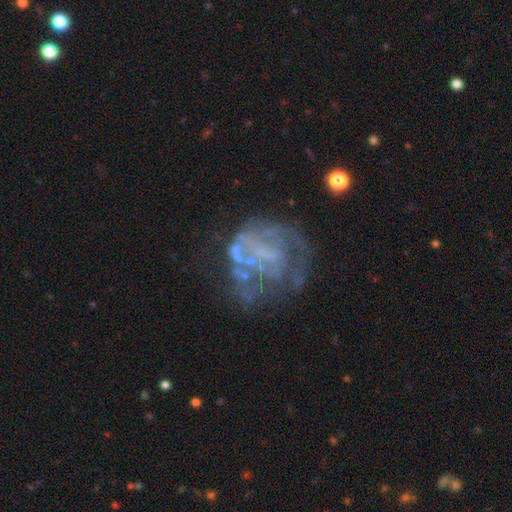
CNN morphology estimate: Overall: featured or disk (68%). Edge-on disk: no (98%). Bar: no (77%). Spiral arms: no (67%; yes 33%). Bulge size: none (74%). Merging: none (44%; major disturbance 32%).